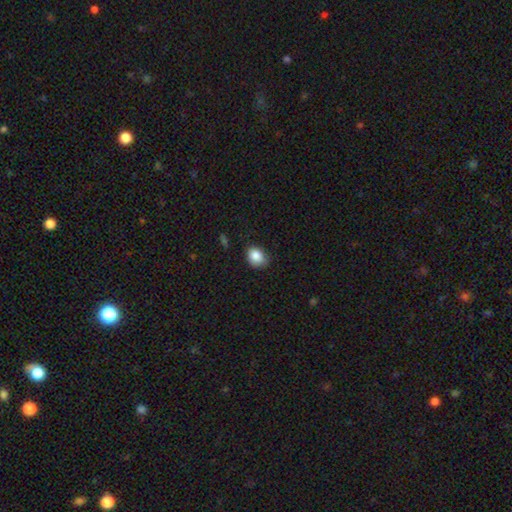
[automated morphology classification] type=smooth (86%); roundness=in between (50%); merging=none (68%).